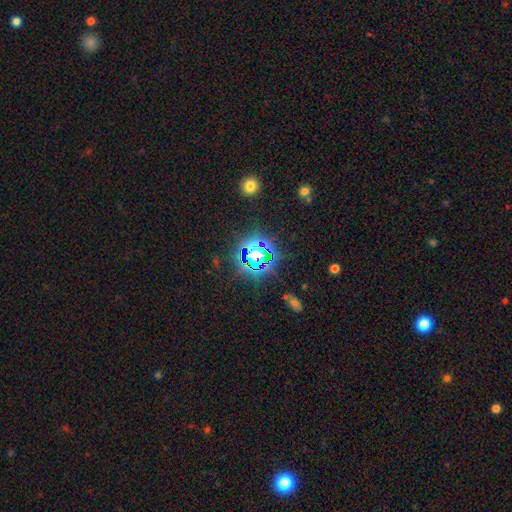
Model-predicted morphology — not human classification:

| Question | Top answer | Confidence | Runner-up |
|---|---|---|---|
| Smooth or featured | star or artifact | 73% | smooth (17%) |